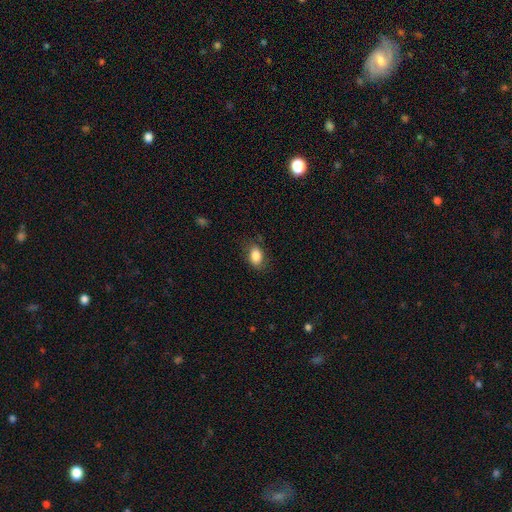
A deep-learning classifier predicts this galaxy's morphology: Smooth or featured: smooth — 85% (star or artifact — 8%)
How rounded: in between — 82% (round — 17%)
Merging: none — 78% (minor disturbance — 16%)